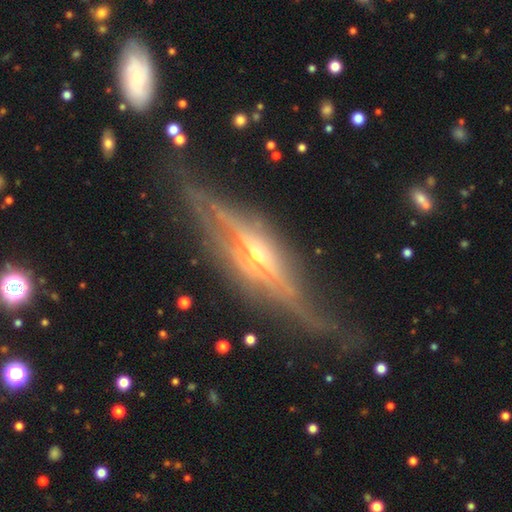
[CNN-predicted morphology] featured or disk 86%, smooth 8%, star or artifact 6%. Down the decision tree: edge-on disk — yes (92%); edge-on bulge — rounded (86%); merging — none (73%).